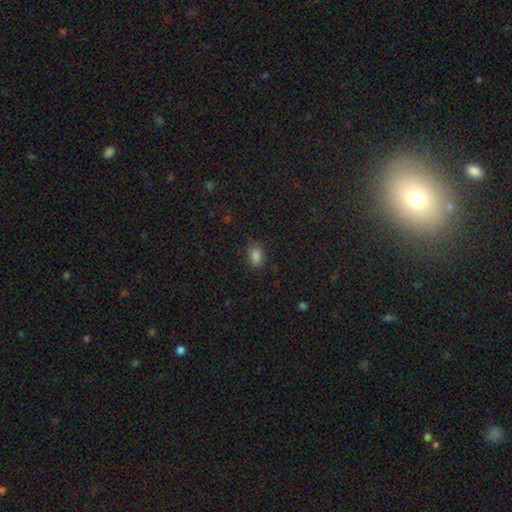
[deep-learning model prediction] Q: Smooth or featured?
A: smooth (83%); runner-up: star or artifact (12%)
Q: How rounded?
A: in between (85%); runner-up: round (13%)
Q: Merging?
A: none (78%); runner-up: minor disturbance (17%)